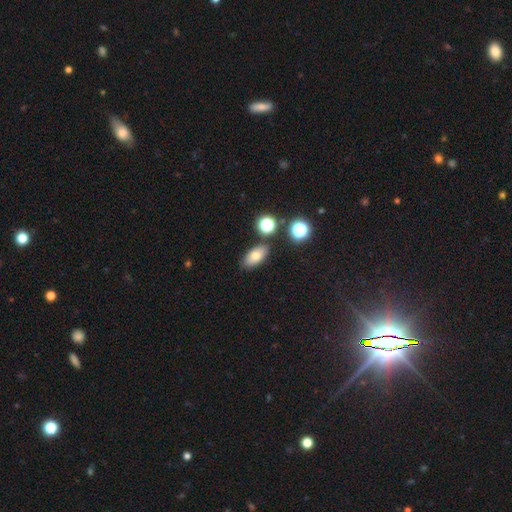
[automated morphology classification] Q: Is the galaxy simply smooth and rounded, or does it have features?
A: smooth — 75%.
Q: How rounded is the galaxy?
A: in between — 86%.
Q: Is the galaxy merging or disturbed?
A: none — 82%.